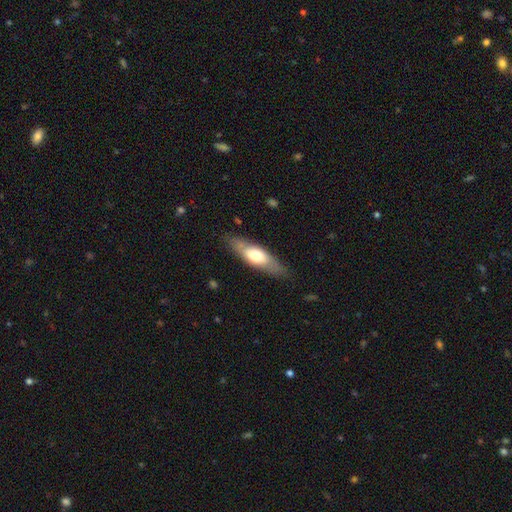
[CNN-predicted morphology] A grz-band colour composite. It shows a smooth galaxy with no disk features (54%) that is in between round and cigar-shaped (54%). Merging: none (80%).